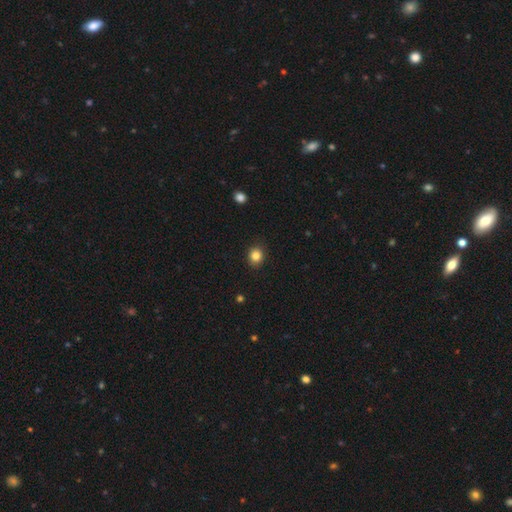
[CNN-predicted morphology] smooth 85%, star or artifact 11%, featured or disk 5%. Down the decision tree: how rounded — round (76%); merging — none (89%).